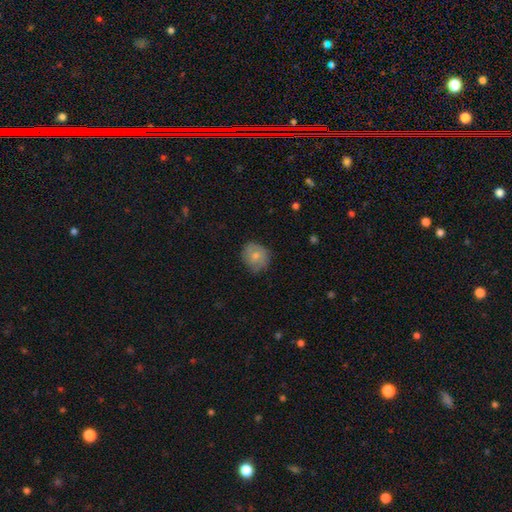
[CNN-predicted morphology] Smooth or featured? Predicted: smooth (p=0.74). How rounded? Predicted: round (p=0.79). Merging? Predicted: none (p=0.71).